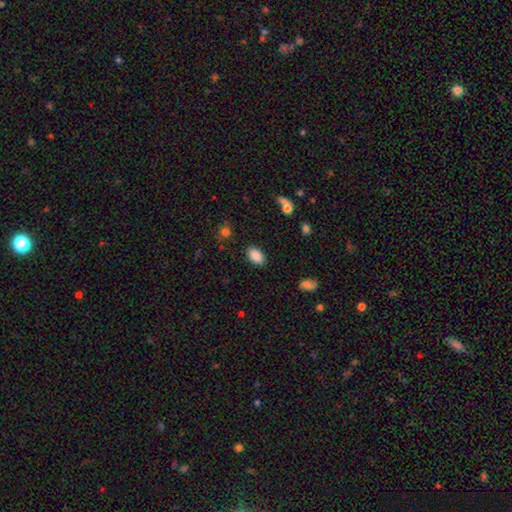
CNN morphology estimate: Smooth or featured?
  - smooth: 88% *
  - star or artifact: 8%
  - featured or disk: 4%
How rounded?
  - in between: 88% *
  - round: 10%
  - cigar-shaped: 1%
Merging?
  - none: 86% *
  - minor disturbance: 10%
  - major disturbance: 3%
  - merger: 2%